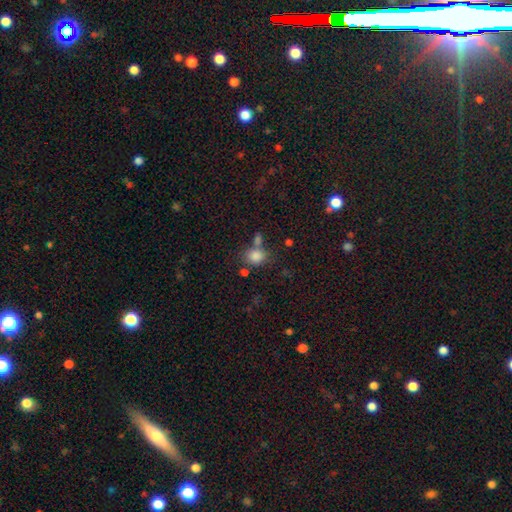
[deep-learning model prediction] A smooth galaxy with no disk features (83%) that is round (58%).

Vote fractions:
- Smooth or featured? smooth: 83% / star or artifact: 11% / featured or disk: 6%
- How rounded? round: 58% / in between: 40% / cigar-shaped: 1%
- Merging? none: 58% / merger: 23% / minor disturbance: 14% / major disturbance: 6%